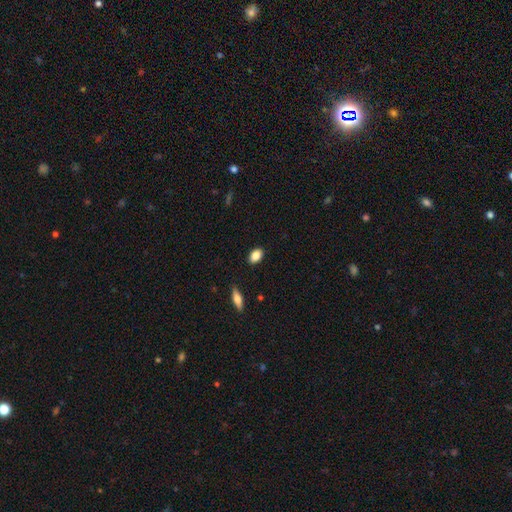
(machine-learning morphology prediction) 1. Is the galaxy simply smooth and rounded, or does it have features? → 86% smooth, 8% star or artifact, 6% featured or disk.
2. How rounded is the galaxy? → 85% in between, 13% round, 3% cigar-shaped.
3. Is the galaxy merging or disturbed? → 88% none, 9% minor disturbance, 2% major disturbance, 1% merger.